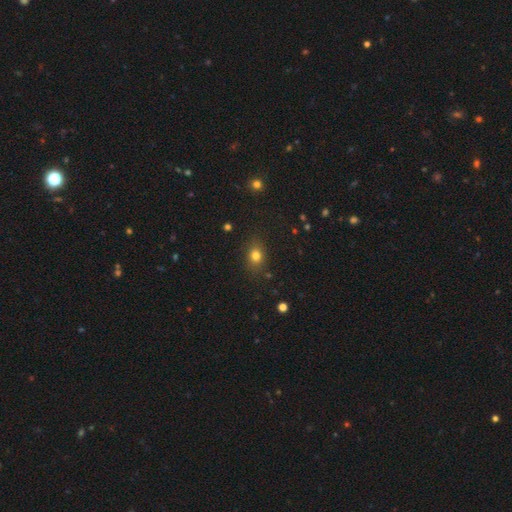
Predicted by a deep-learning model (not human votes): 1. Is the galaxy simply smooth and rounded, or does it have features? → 77% smooth, 14% star or artifact, 8% featured or disk.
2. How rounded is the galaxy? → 51% in between, 47% round, 2% cigar-shaped.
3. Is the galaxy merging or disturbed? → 83% none, 12% minor disturbance, 4% major disturbance, 2% merger.